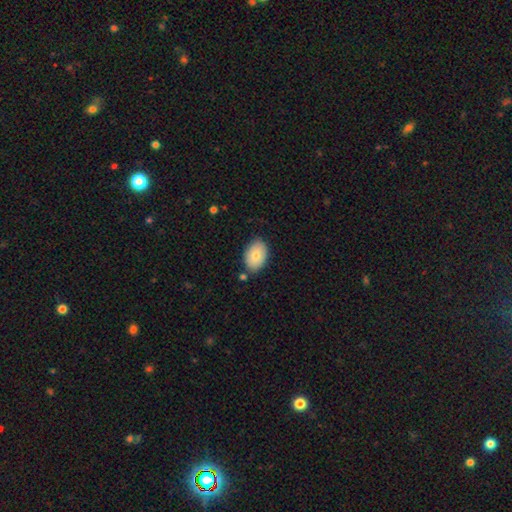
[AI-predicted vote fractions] This is likely a smooth galaxy (78%). How rounded: clearly in between (87%). Merging: likely none (80%).